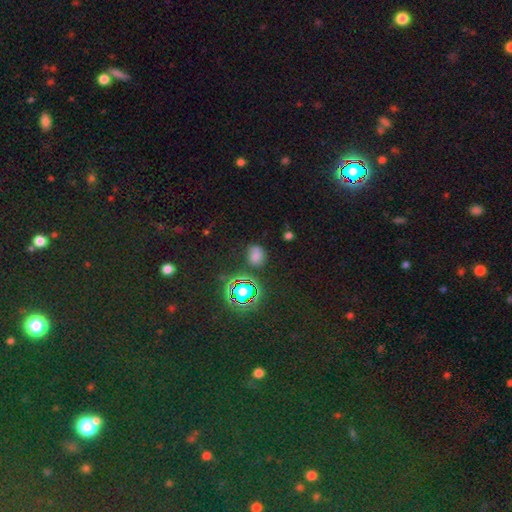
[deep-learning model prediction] Morphology: type=smooth (57%); roundness=round (50%); merging=none (68%).